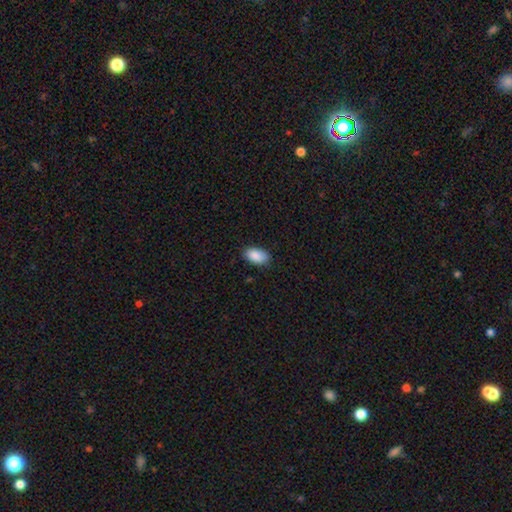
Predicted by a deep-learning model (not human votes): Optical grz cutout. It shows a smooth galaxy with no disk features (90%) that is in between round and cigar-shaped (94%). Merging: none (86%).